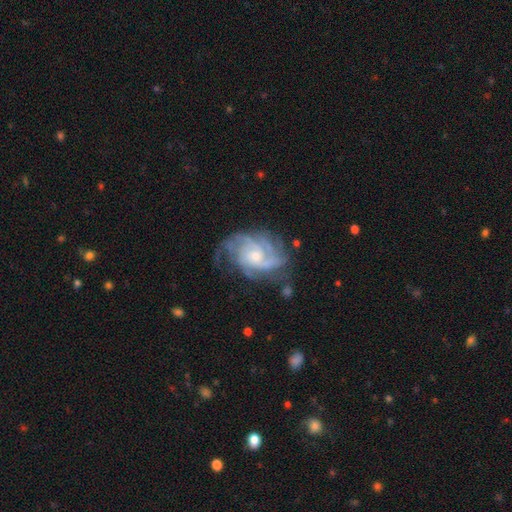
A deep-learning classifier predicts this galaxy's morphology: featured or disk 88%, smooth 7%, star or artifact 6%. Down the decision tree: edge-on disk — no (97%); bar — no (70%); spiral arms — yes (97%); spiral arm count — can't tell (24%, tied with 3 and 4); spiral winding — tight (57%); bulge size — small (58%); merging — none (64%).